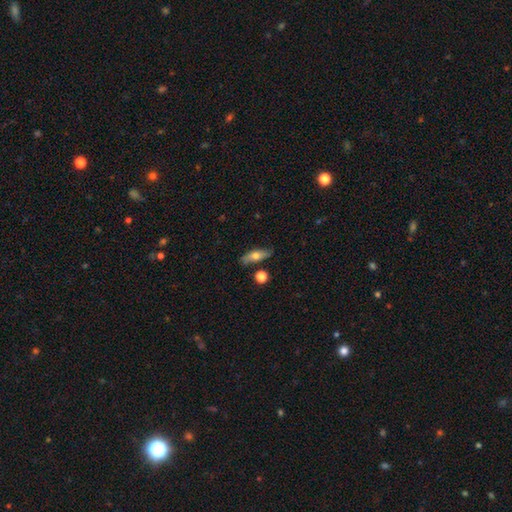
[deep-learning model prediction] Smooth or featured? smooth (59%)
How rounded? in between (53%)
Merging? none (78%)